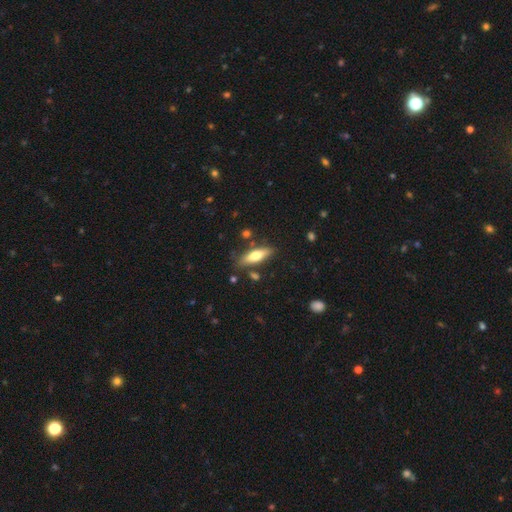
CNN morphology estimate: smooth-or-featured: smooth: 59% | featured or disk: 35% | star or artifact: 6%
  how-rounded: cigar-shaped: 54% | in between: 44% | round: 2%
  merging: none: 78% | minor disturbance: 14% | merger: 5% | major disturbance: 3%